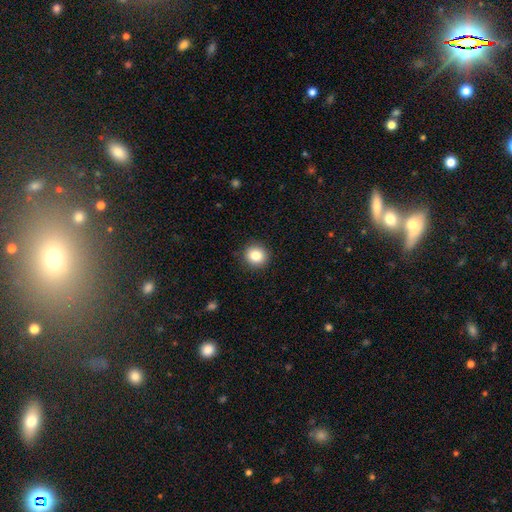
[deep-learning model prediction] Morphology: type=smooth (84%); roundness=round (89%); merging=none (91%).